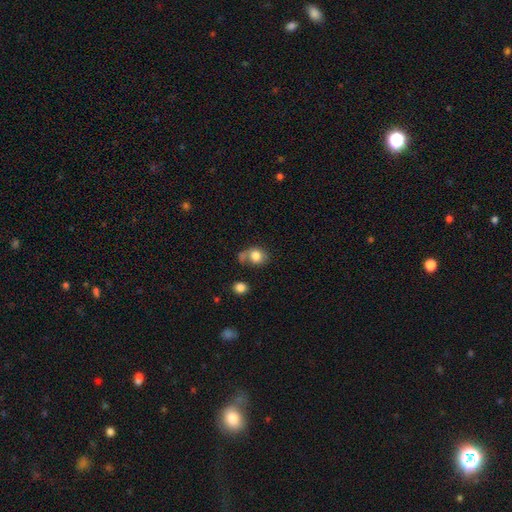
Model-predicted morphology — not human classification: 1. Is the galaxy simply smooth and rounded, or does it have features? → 79% smooth, 12% featured or disk, 9% star or artifact.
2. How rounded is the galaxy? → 58% round, 41% in between, 1% cigar-shaped.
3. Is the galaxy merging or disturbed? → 44% none, 22% minor disturbance, 20% merger, 14% major disturbance.